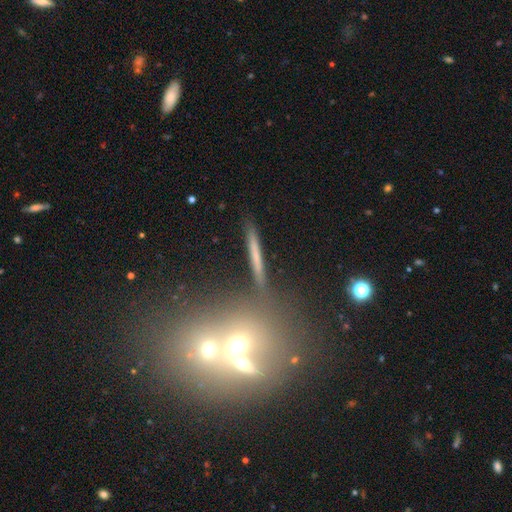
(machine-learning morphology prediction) Smooth or featured? Predicted: smooth (p=0.51). How rounded? Predicted: cigar-shaped (p=0.88). Merging? Predicted: none (p=0.83).